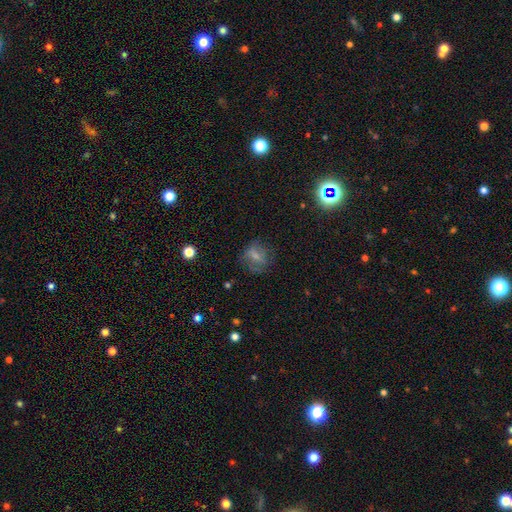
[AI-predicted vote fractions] Smooth or featured? smooth (56%)
How rounded? round (61%)
Merging? none (62%)